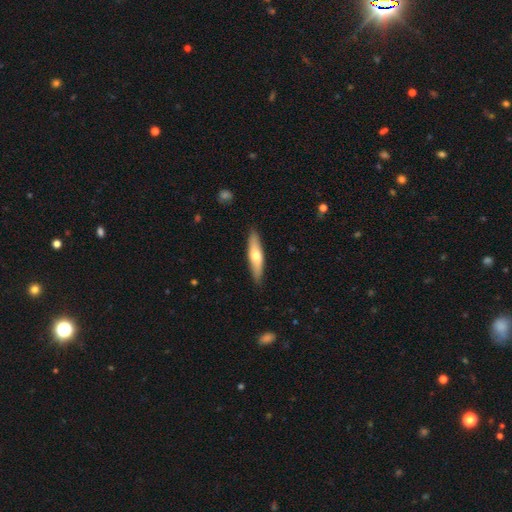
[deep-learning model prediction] A smooth galaxy with no disk features (54%) that is cigar-shaped (75%).

Vote fractions:
- Smooth or featured? smooth: 54% / featured or disk: 40% / star or artifact: 5%
- How rounded? cigar-shaped: 75% / in between: 23% / round: 2%
- Merging? none: 88% / minor disturbance: 9% / major disturbance: 2% / merger: 1%